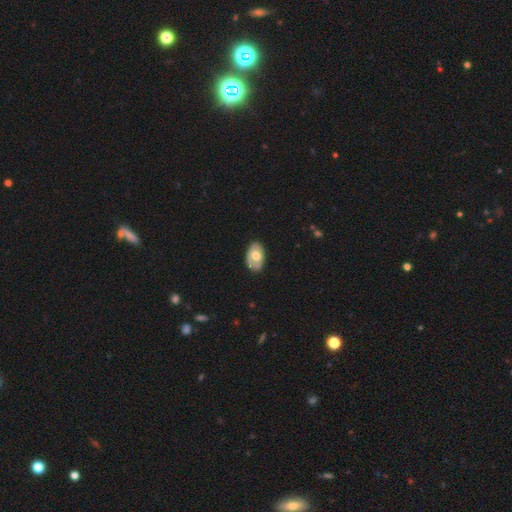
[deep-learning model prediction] Q: Smooth or featured?
A: smooth (56%); runner-up: featured or disk (38%)
Q: How rounded?
A: in between (90%); runner-up: round (9%)
Q: Merging?
A: none (74%); runner-up: minor disturbance (20%)